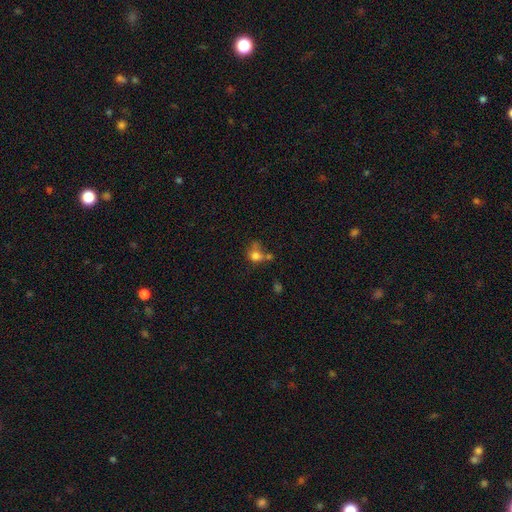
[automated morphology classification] smooth_or_featured: smooth (p=0.74) [alt: featured or disk p=0.13]
how_rounded: round (p=0.66) [alt: in between p=0.32]
merging: none (p=0.34) [alt: merger p=0.28]